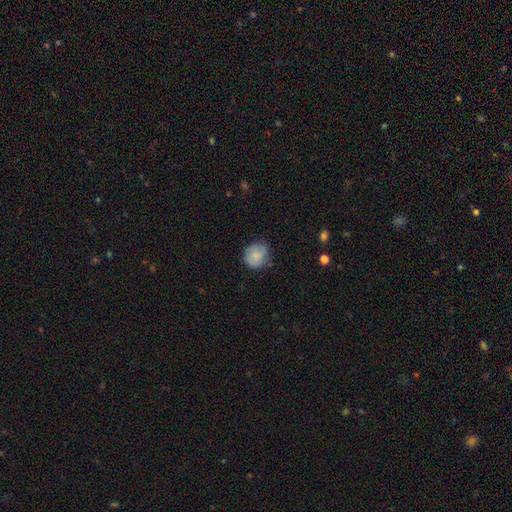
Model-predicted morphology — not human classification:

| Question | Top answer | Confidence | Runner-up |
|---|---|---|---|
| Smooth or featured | smooth | 82% | featured or disk (10%) |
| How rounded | round | 79% | in between (21%) |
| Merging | none | 67% | minor disturbance (27%) |